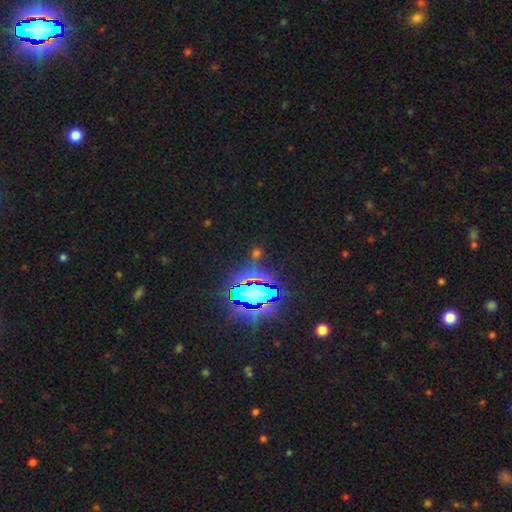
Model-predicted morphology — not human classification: Smooth or featured?
  - star or artifact: 72% *
  - smooth: 16%
  - featured or disk: 11%